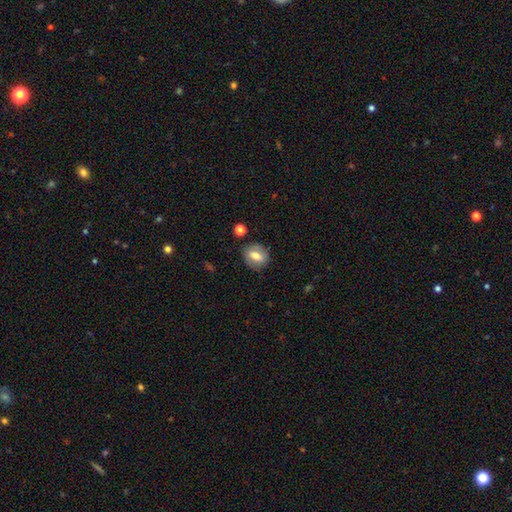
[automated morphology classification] The model was most divided on "how rounded": in between: 56%, round: 41%, cigar-shaped: 3%. More confident: merging — none (78%); smooth or featured — smooth (65%).